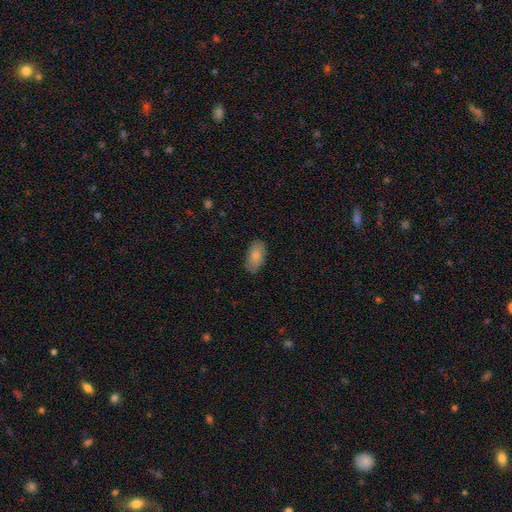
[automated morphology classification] A smooth galaxy with no disk features (83%) that is in between round and cigar-shaped (94%).

Vote fractions:
- Smooth or featured? smooth: 83% / featured or disk: 10% / star or artifact: 6%
- How rounded? in between: 94% / round: 3% / cigar-shaped: 3%
- Merging? none: 86% / minor disturbance: 11% / major disturbance: 2% / merger: 1%